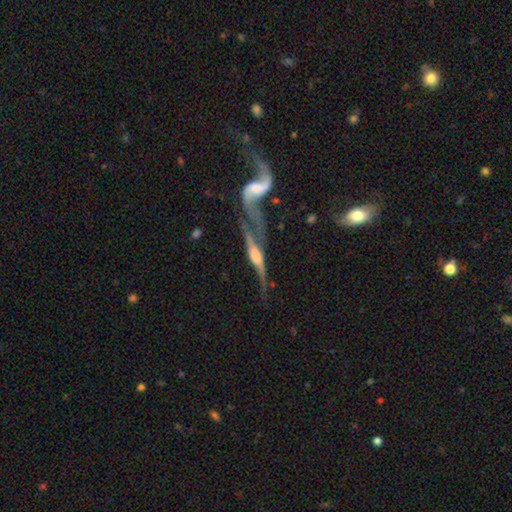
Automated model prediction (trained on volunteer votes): Q: Smooth or featured?
A: featured or disk (78%); runner-up: smooth (15%)
Q: Edge-on disk?
A: yes (72%); runner-up: no (28%)
Q: Edge-on bulge?
A: rounded (79%); runner-up: boxy (14%)
Q: Merging?
A: merger (38%); runner-up: none (29%)